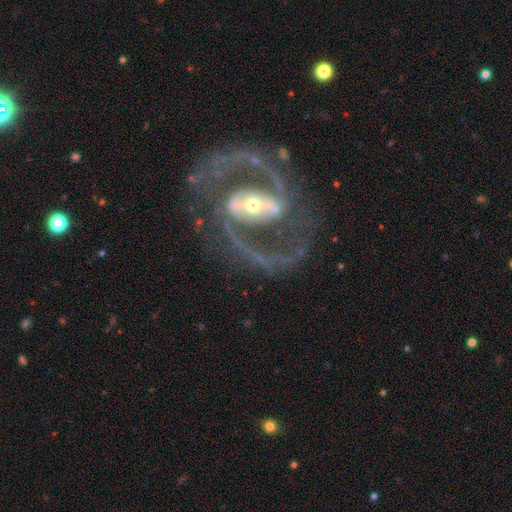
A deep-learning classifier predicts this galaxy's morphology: Q: Smooth or featured?
A: featured or disk (92%); runner-up: star or artifact (5%)
Q: Edge-on disk?
A: no (97%); runner-up: yes (3%)
Q: Bar?
A: strong (48%); runner-up: weak (31%)
Q: Spiral arms?
A: yes (97%); runner-up: no (3%)
Q: Spiral winding?
A: medium (64%); runner-up: tight (21%)
Q: Spiral arm count?
A: 2 (94%); runner-up: can't tell (2%)
Q: Bulge size?
A: small (49%); runner-up: moderate (43%)
Q: Merging?
A: none (79%); runner-up: minor disturbance (11%)